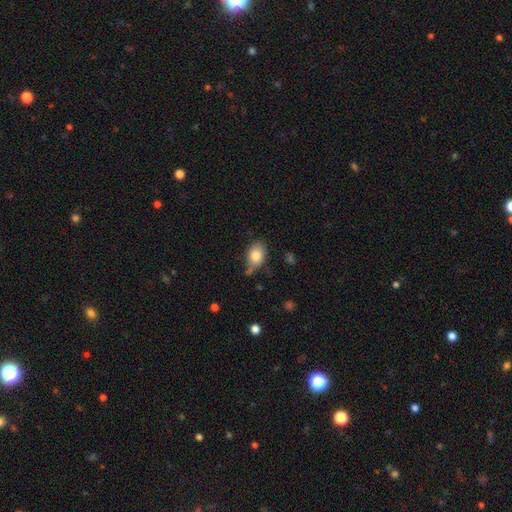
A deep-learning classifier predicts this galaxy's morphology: The model was most divided on "merging": none: 61%, minor disturbance: 27%, merger: 6%, major disturbance: 6%. More confident: smooth or featured — smooth (82%); how rounded — in between (82%).